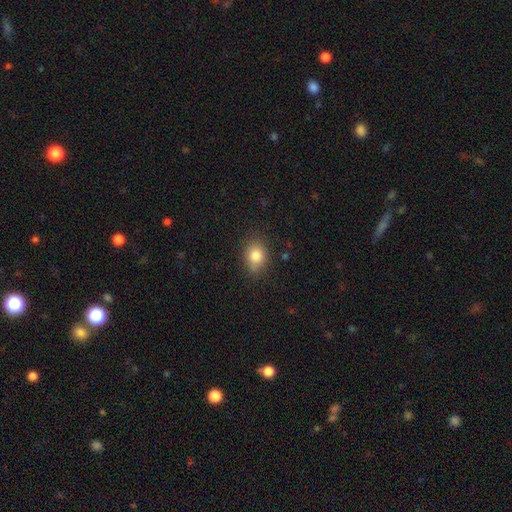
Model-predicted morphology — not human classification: Smooth or featured?
  - smooth: 83% *
  - star or artifact: 10%
  - featured or disk: 8%
How rounded?
  - in between: 57% *
  - round: 41%
  - cigar-shaped: 1%
Merging?
  - none: 78% *
  - minor disturbance: 16%
  - major disturbance: 4%
  - merger: 2%